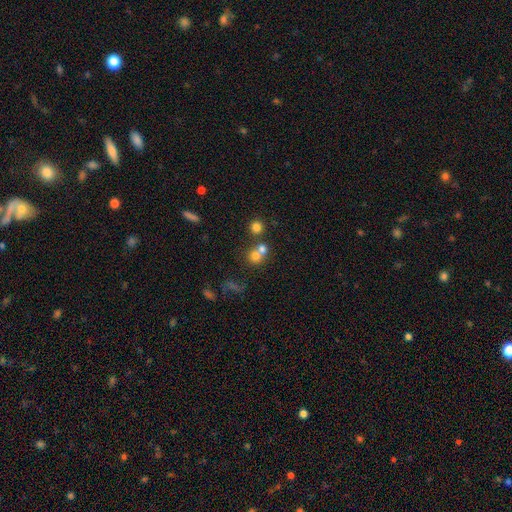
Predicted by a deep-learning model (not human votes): smooth 70%, star or artifact 15%, featured or disk 15%. Down the decision tree: how rounded — round (82%); merging — merger (50%).